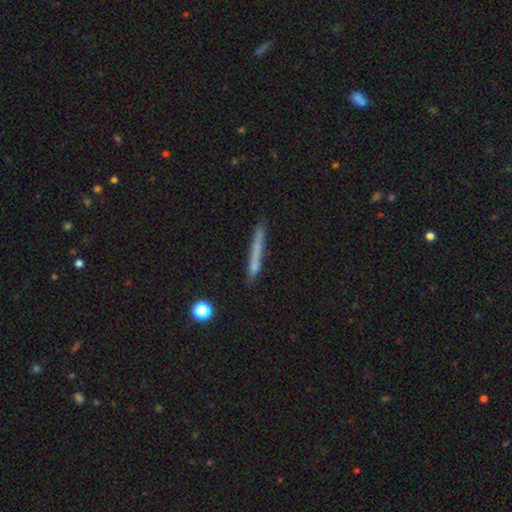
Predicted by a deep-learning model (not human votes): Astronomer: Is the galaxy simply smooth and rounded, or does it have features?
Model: smooth — 59%.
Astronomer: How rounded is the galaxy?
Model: cigar-shaped — 95%.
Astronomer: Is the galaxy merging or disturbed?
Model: none — 82%.